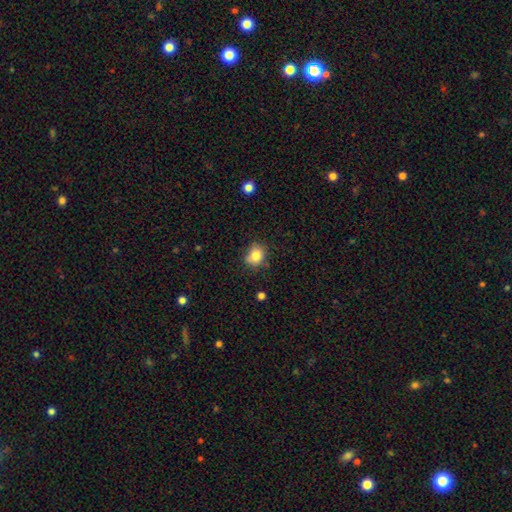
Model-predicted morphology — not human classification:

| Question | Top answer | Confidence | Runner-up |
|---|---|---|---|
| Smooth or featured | smooth | 83% | star or artifact (10%) |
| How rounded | round | 61% | in between (38%) |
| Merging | none | 72% | minor disturbance (21%) |